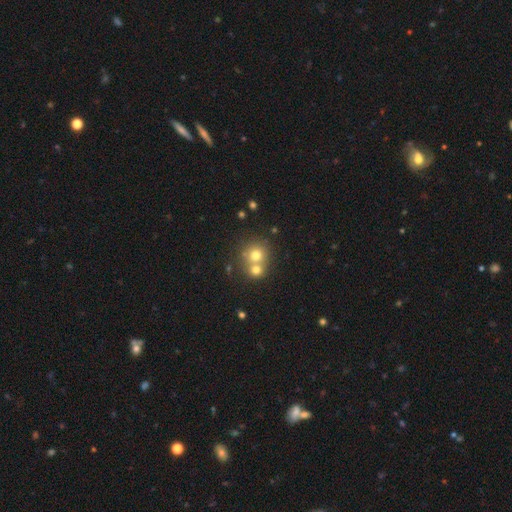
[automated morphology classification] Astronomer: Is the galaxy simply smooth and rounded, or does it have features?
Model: smooth — 70%.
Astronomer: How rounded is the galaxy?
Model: round — 85%.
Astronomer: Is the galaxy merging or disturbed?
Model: merger — 49% (runner-up: none, 42%).